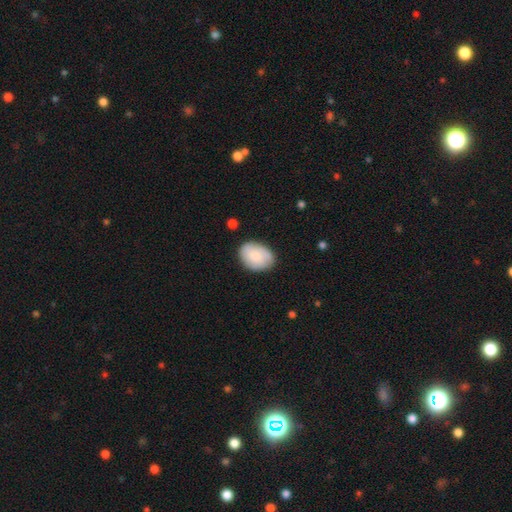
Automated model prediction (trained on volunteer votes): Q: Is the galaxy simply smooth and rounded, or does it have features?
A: smooth — 77%.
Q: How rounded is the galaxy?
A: in between — 74%.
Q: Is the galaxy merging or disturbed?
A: none — 79%.